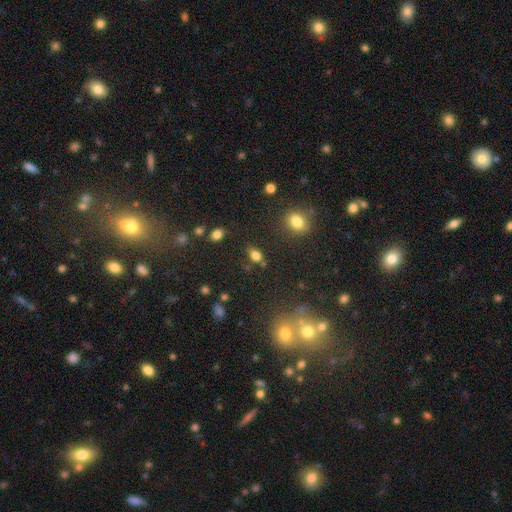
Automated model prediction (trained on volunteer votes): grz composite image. It shows a smooth galaxy with no disk features (74%) that is in between round and cigar-shaped (75%). Merging: none (70%).